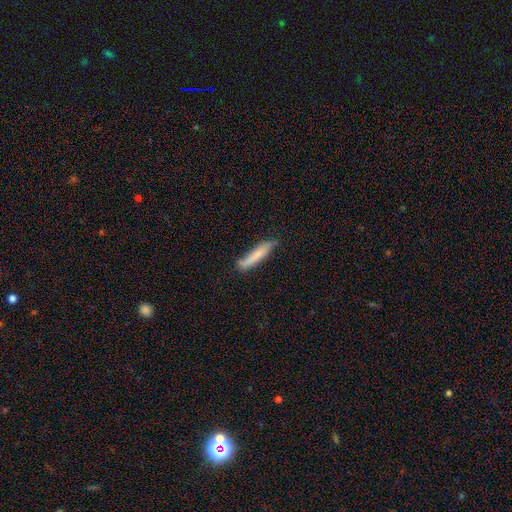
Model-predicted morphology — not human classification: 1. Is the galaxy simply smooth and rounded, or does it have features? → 71% smooth, 23% featured or disk, 6% star or artifact.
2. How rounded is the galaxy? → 88% cigar-shaped, 10% in between, 1% round.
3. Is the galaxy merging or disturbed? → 68% none, 25% minor disturbance, 5% major disturbance, 3% merger.